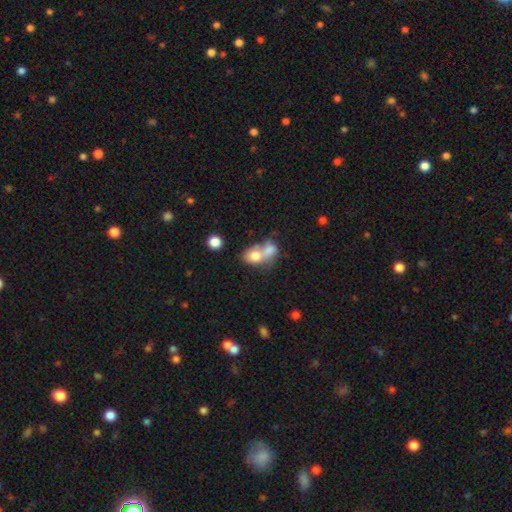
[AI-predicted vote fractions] Morphology: type=smooth (72%); roundness=in between (60%); merging=merger (72%).